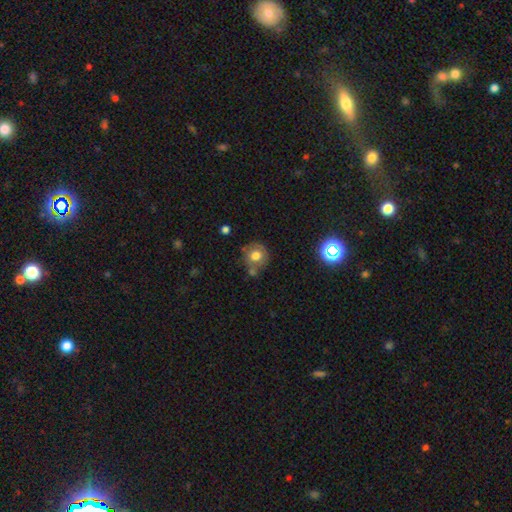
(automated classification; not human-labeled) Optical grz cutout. It shows a smooth galaxy with no disk features (68%) that is round (86%). Merging: none (61%).